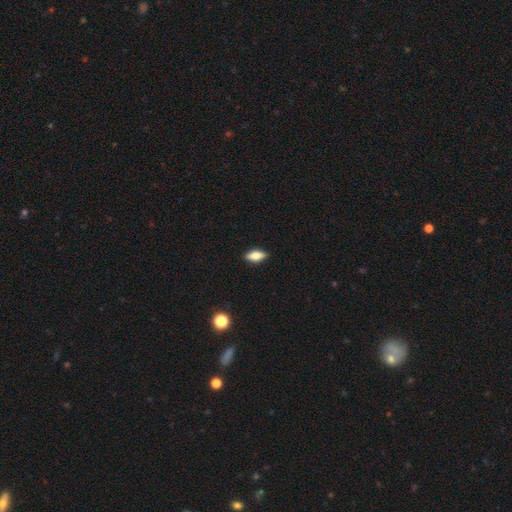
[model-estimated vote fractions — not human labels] Overall: smooth (69%). How rounded: in between (76%). Merging: none (88%).